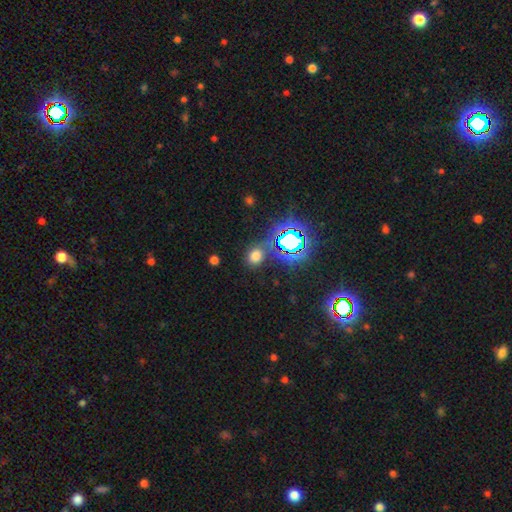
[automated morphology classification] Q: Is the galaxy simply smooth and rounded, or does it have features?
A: smooth — 60%.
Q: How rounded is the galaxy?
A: round — 62%.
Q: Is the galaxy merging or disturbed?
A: none — 75%.